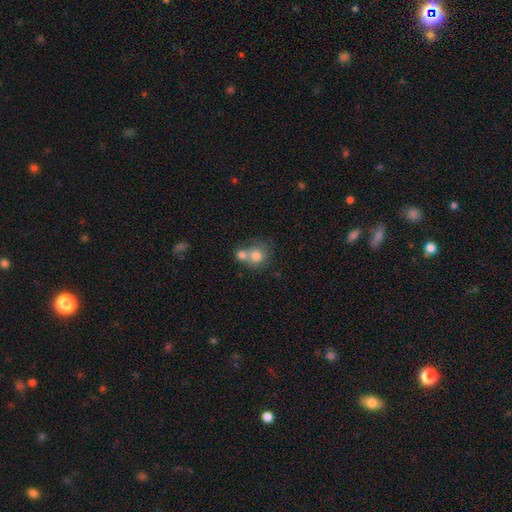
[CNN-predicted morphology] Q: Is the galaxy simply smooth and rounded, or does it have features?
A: smooth — 76%.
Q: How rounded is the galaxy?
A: round — 80%.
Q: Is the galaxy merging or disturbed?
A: merger — 55%.